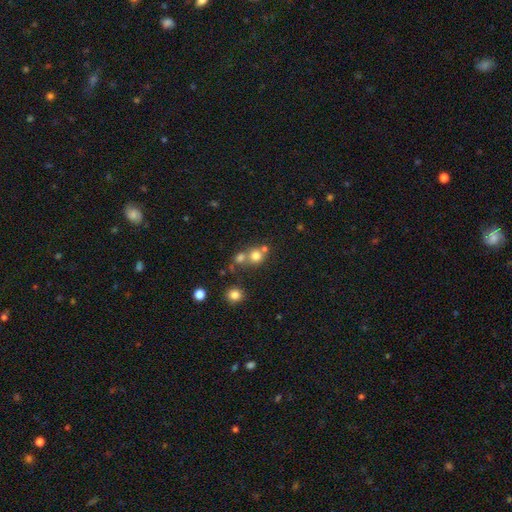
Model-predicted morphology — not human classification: smooth 74%, star or artifact 15%, featured or disk 11%. Down the decision tree: how rounded — round (86%); merging — none (50%).